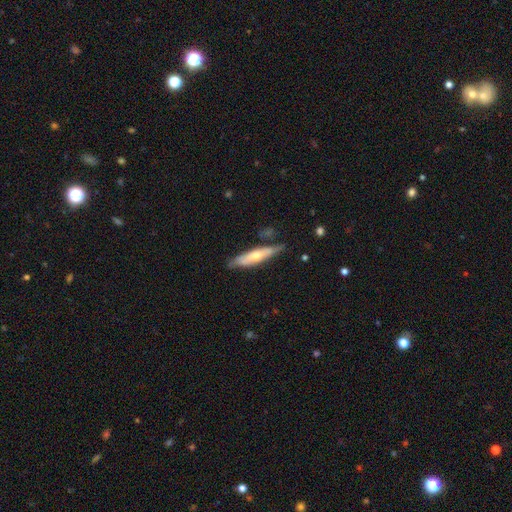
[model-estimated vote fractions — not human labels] This is possibly a featured or disk galaxy (48%). Merging: likely none (71%).